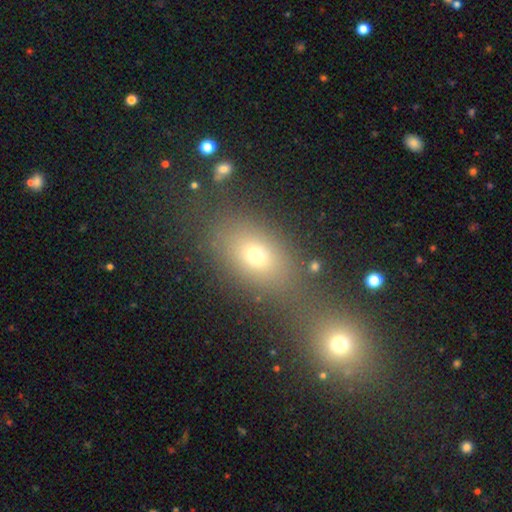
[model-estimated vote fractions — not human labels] This is likely a smooth galaxy (65%). How rounded: likely in between (66%). Merging: possibly none (51%).